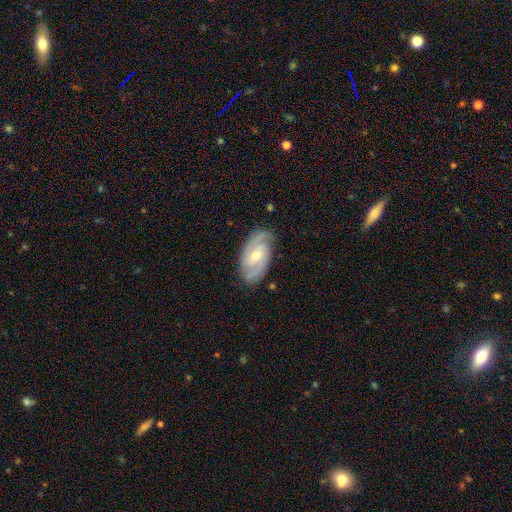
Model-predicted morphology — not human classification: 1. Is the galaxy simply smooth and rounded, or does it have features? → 83% featured or disk, 12% smooth, 5% star or artifact.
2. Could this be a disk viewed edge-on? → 95% no, 5% yes.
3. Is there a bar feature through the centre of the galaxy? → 48% no, 43% weak, 10% strong.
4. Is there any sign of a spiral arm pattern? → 95% yes, 5% no.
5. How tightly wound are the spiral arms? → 46% tight, 43% medium, 11% loose.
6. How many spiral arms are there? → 63% 2, 16% 3, 12% can't tell, 3% 4, 3% 1, 2% more than 4.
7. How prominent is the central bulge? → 50% moderate, 46% small, 2% large, 1% none, 1% dominant.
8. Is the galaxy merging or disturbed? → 80% none, 15% minor disturbance, 3% major disturbance, 1% merger.